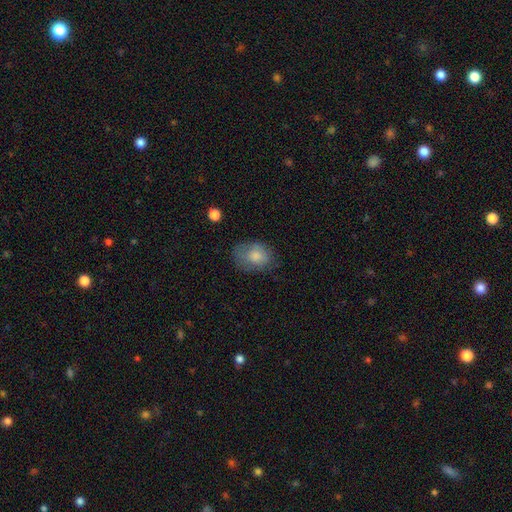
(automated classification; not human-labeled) A smooth galaxy with no disk features (78%) that is in between round and cigar-shaped (66%). Merging: none (59%).